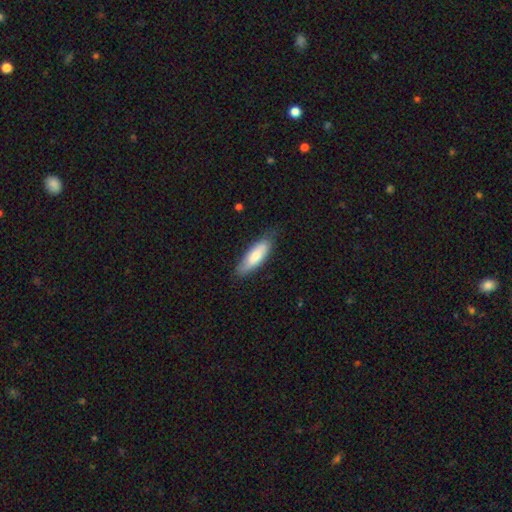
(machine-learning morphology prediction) This appears to be a smooth galaxy with no disk features (75%) that is in between round and cigar-shaped (59%). Merging: none (75%).